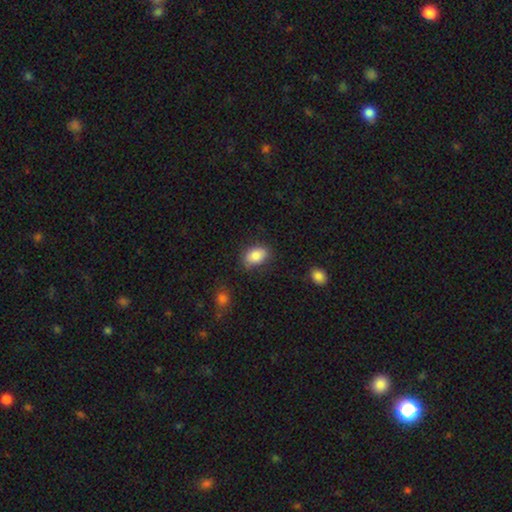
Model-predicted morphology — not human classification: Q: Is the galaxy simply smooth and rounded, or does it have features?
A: smooth — 86%.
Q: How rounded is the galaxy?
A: in between — 85%.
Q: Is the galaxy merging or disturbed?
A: none — 78%.